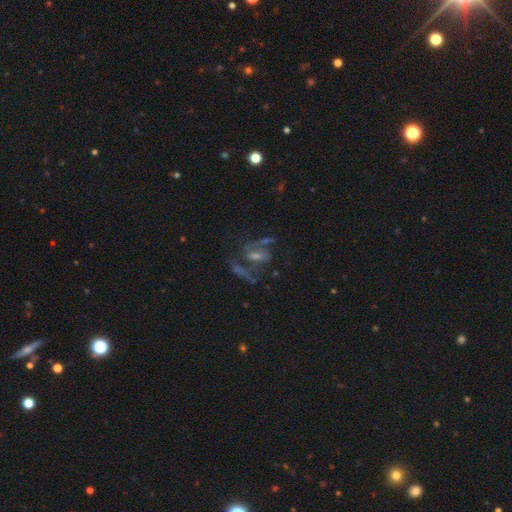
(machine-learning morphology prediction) type=featured or disk (70%); edge-on=no (91%); bar=weak (40%); spiral arms=yes (77%); bulge=small (47%); merging=none (52%).